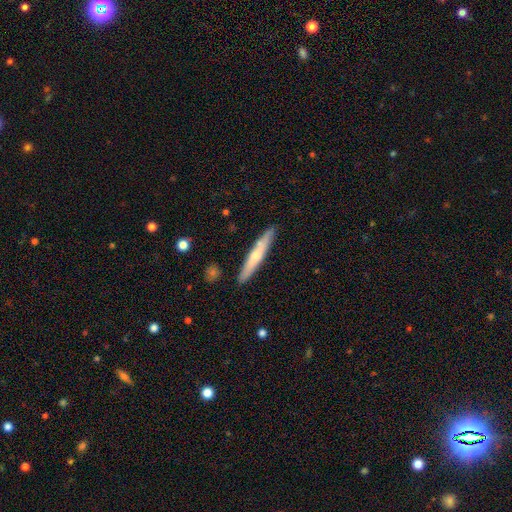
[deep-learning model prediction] Smooth or featured?
  - featured or disk: 48% *
  - smooth: 46%
  - star or artifact: 6%
Merging?
  - none: 87% *
  - minor disturbance: 9%
  - merger: 2%
  - major disturbance: 2%